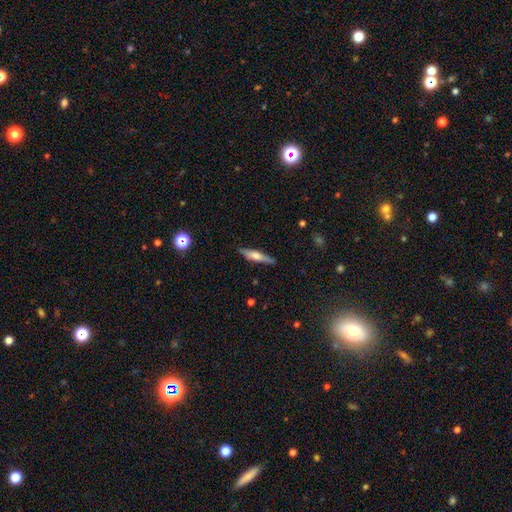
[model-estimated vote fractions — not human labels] Morphology: type=featured or disk (53%); edge-on=yes (94%); merging=none (87%).